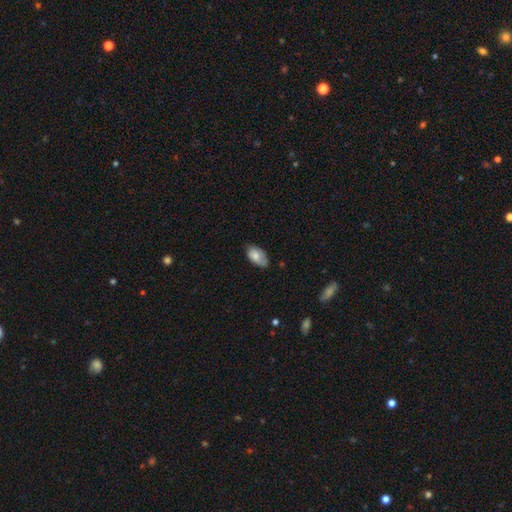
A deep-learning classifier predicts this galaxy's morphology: smooth-or-featured: smooth: 77% | featured or disk: 16% | star or artifact: 7%
  how-rounded: in between: 94% | round: 4% | cigar-shaped: 2%
  merging: none: 68% | minor disturbance: 26% | major disturbance: 4% | merger: 1%